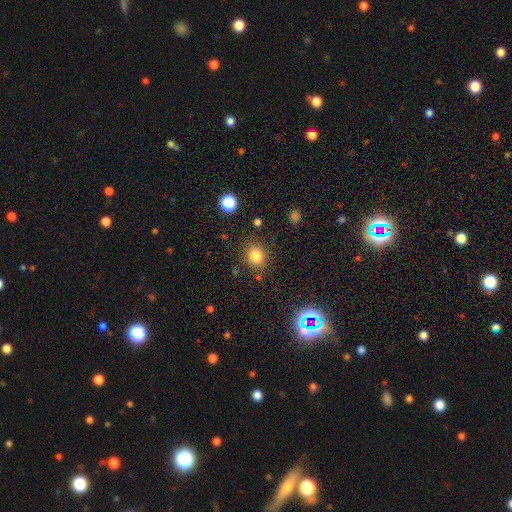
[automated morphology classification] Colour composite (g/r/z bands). It shows a smooth galaxy with no disk features (80%) that is round (80%). Merging: none (83%).